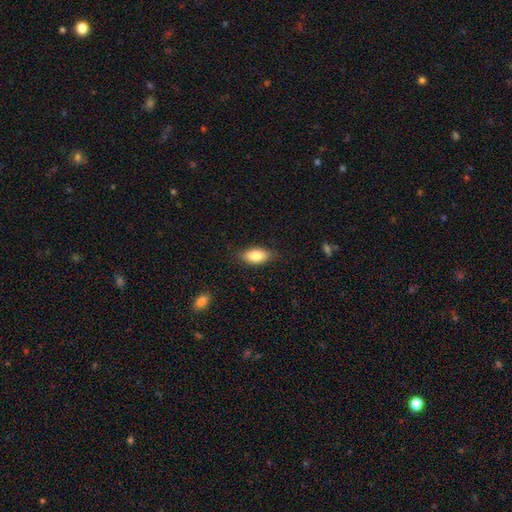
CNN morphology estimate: A smooth galaxy with no disk features (84%) that is in between round and cigar-shaped (90%).

Vote fractions:
- Smooth or featured? smooth: 84% / featured or disk: 9% / star or artifact: 7%
- How rounded? in between: 90% / cigar-shaped: 7% / round: 4%
- Merging? none: 83% / minor disturbance: 13% / major disturbance: 3% / merger: 1%